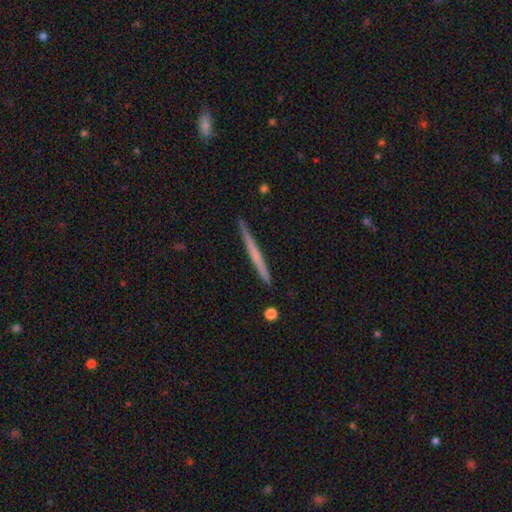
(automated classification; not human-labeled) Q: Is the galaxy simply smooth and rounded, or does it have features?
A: featured or disk — 49%.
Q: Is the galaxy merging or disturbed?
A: none — 91%.